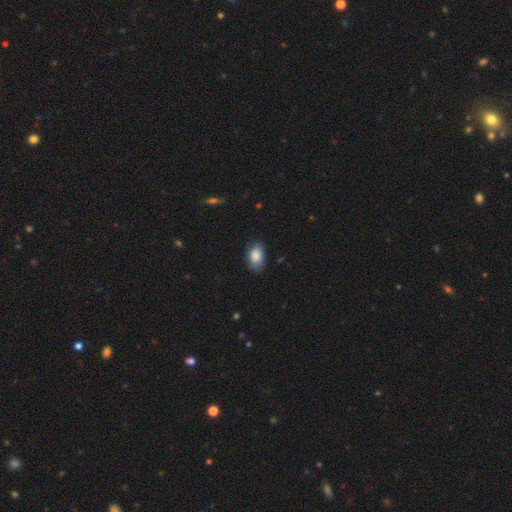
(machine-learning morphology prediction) smooth-or-featured: smooth: 88% | star or artifact: 7% | featured or disk: 6%
  how-rounded: in between: 90% | round: 8% | cigar-shaped: 2%
  merging: none: 80% | minor disturbance: 16% | major disturbance: 3% | merger: 1%